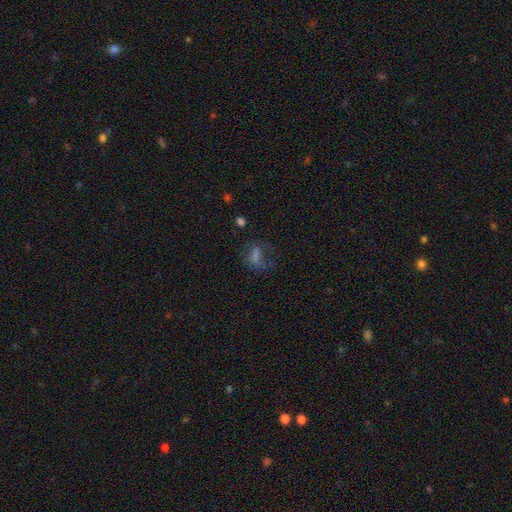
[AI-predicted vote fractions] Q: Smooth or featured?
A: smooth (40%); runner-up: featured or disk (32%)
Q: Merging?
A: none (42%); runner-up: major disturbance (34%)